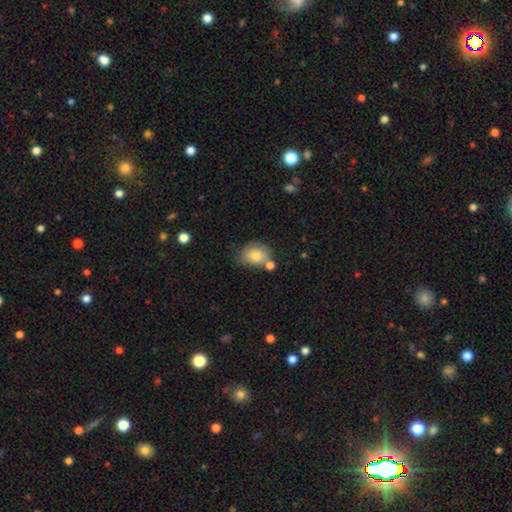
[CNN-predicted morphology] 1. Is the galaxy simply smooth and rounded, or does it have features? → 78% smooth, 13% featured or disk, 9% star or artifact.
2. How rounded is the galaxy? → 62% in between, 37% round, 1% cigar-shaped.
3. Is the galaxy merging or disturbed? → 53% none, 21% minor disturbance, 20% merger, 6% major disturbance.